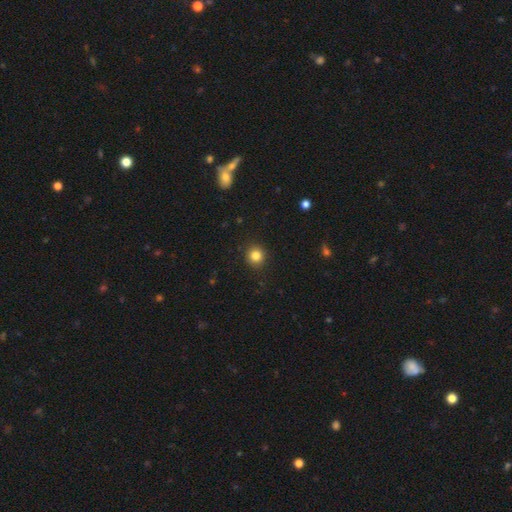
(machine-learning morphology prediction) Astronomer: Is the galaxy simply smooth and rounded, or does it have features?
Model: smooth — 83%.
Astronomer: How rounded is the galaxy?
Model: round — 91%.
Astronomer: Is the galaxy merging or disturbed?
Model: none — 92%.